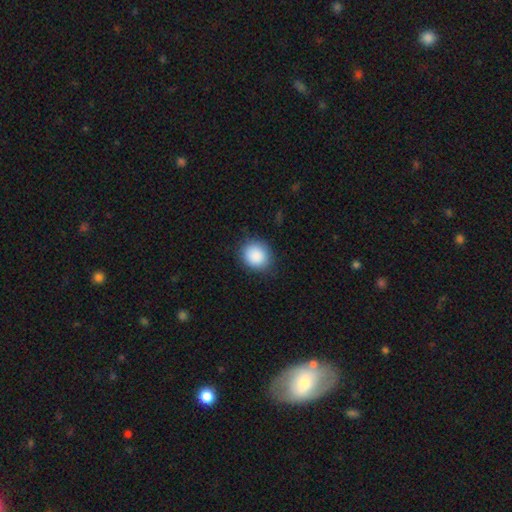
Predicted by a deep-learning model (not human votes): Smooth or featured? Predicted: smooth (p=0.89). How rounded? Predicted: round (p=0.73). Merging? Predicted: none (p=0.86).